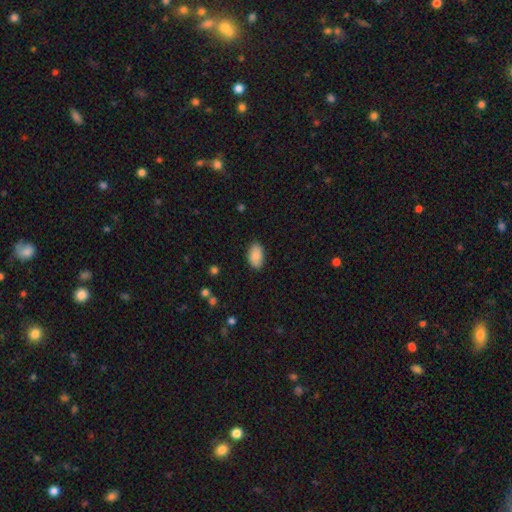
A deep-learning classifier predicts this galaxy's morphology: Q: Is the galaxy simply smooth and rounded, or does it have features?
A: smooth — 88%.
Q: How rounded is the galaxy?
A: in between — 94%.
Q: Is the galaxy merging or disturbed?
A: none — 88%.